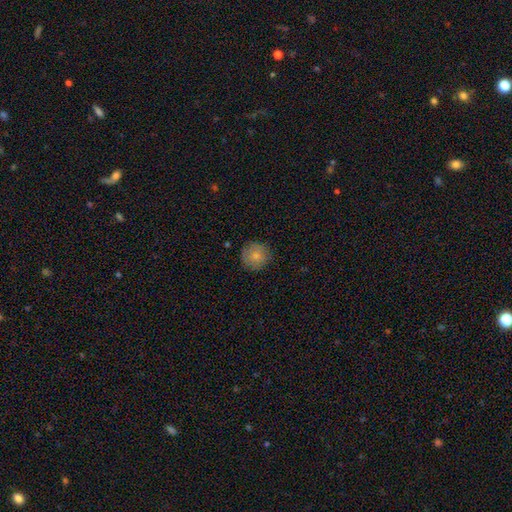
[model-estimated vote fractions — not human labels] This appears to be a smooth galaxy with no disk features (82%) that is round (94%). Merging: none (86%).